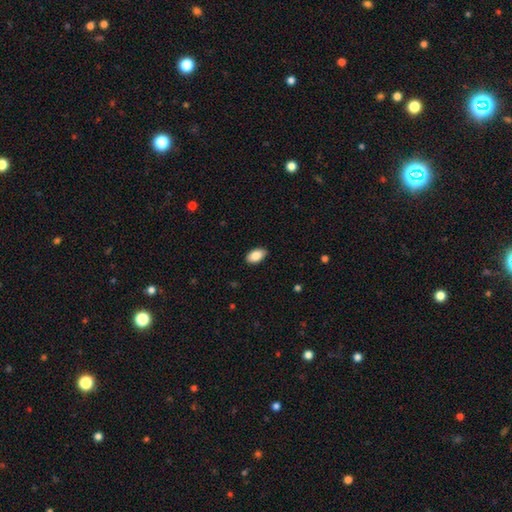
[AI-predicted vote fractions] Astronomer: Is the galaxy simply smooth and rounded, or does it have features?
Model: smooth — 87%.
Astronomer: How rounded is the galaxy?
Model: in between — 94%.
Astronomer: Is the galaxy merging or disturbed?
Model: none — 87%.